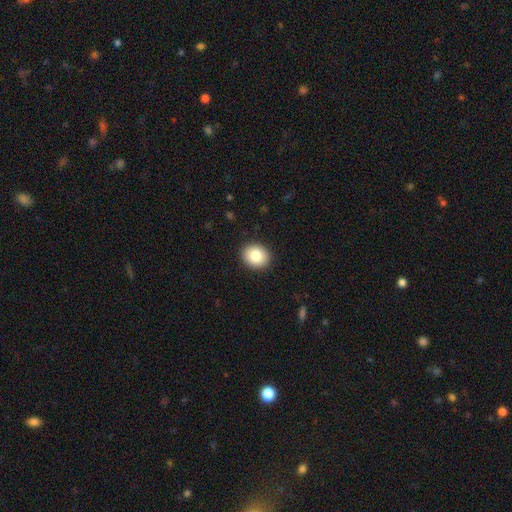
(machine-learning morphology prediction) type=smooth (85%); roundness=round (58%); merging=none (91%).